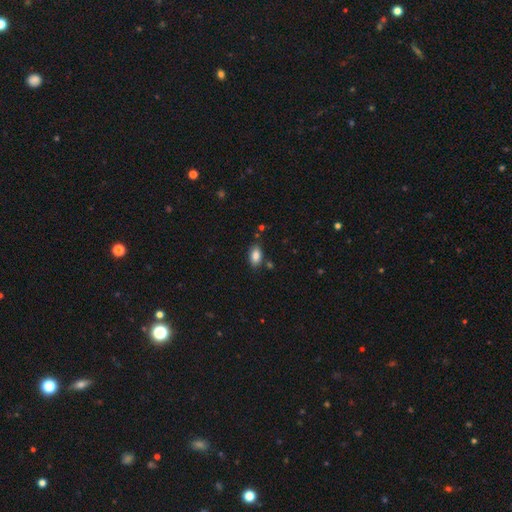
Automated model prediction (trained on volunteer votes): The model was most divided on "merging": none: 82%, minor disturbance: 11%, merger: 4%, major disturbance: 3%. More confident: how rounded — in between (93%); smooth or featured — smooth (86%).